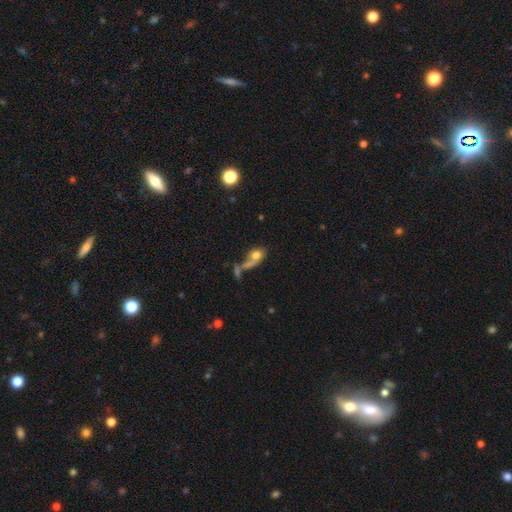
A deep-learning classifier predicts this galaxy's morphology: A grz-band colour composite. It shows a smooth galaxy with no disk features (67%) that is in between round and cigar-shaped (57%). Merging: merger (38%).